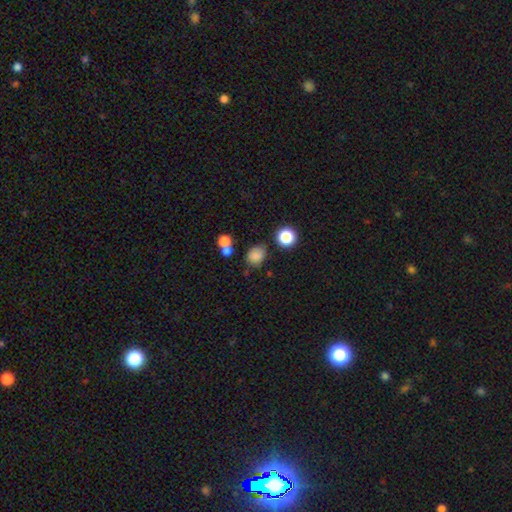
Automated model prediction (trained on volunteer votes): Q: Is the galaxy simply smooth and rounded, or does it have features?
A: smooth — 79%.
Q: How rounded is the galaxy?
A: round — 59%.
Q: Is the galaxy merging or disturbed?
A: none — 64%.